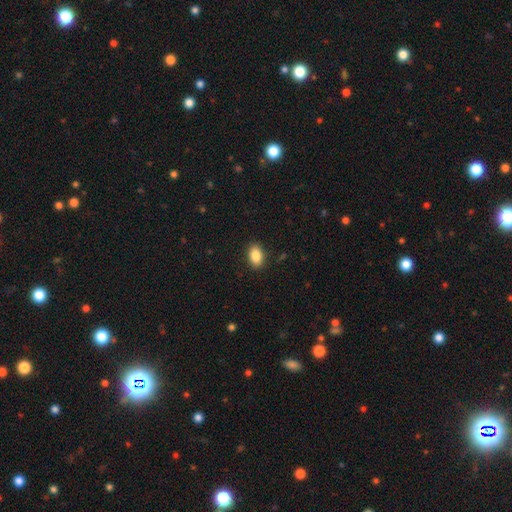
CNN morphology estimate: Smooth or featured? Predicted: smooth (p=0.87). How rounded? Predicted: in between (p=0.85). Merging? Predicted: none (p=0.89).